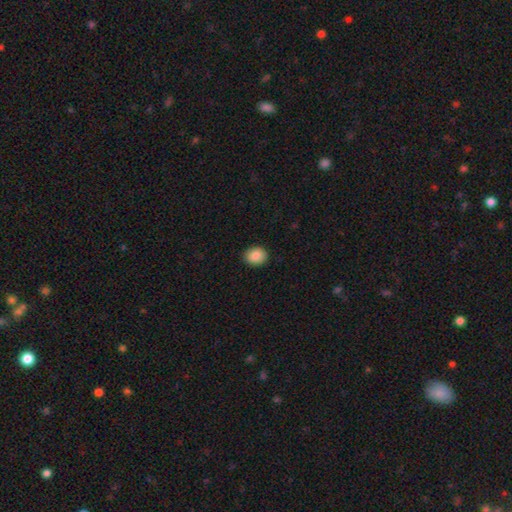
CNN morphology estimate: Smooth or featured? Predicted: smooth (p=0.88). How rounded? Predicted: round (p=0.64). Merging? Predicted: none (p=0.90).